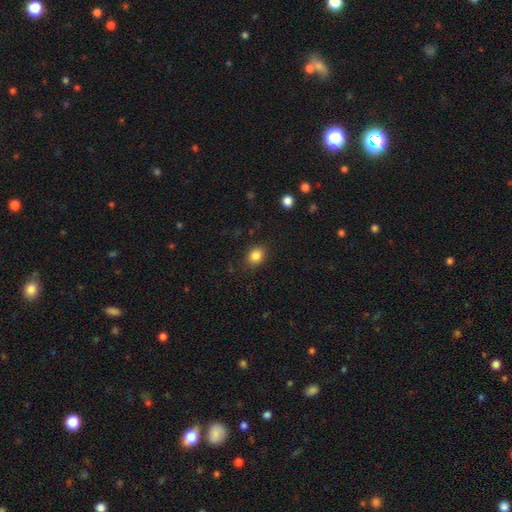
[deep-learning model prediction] A smooth galaxy with no disk features (85%) that is round (52%). Merging: none (86%).